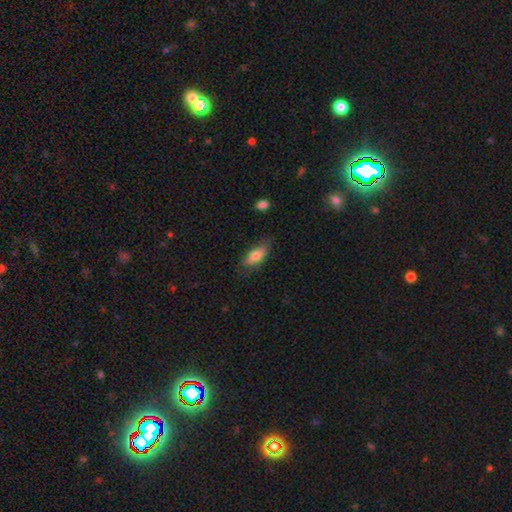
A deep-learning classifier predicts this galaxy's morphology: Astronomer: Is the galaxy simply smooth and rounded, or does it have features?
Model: smooth — 75%.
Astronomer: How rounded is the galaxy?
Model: in between — 81%.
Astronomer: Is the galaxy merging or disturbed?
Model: none — 71%.